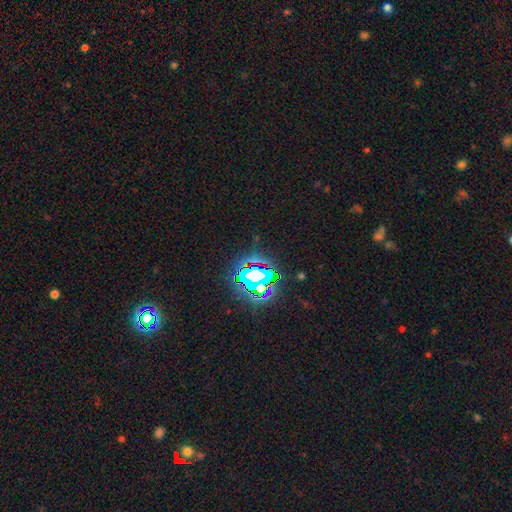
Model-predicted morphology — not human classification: type=star or artifact (80%).